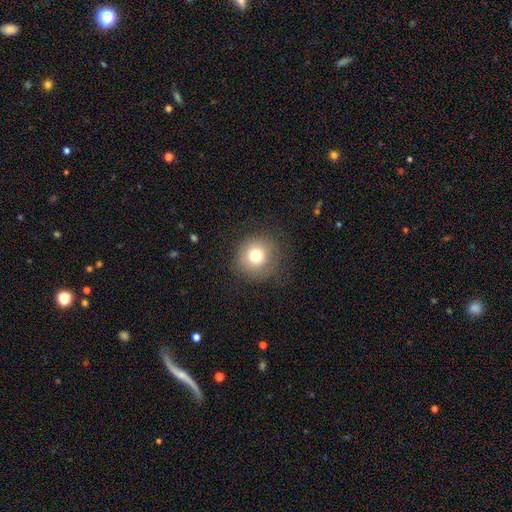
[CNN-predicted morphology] Q: Smooth or featured?
A: smooth (77%); runner-up: star or artifact (12%)
Q: How rounded?
A: round (91%); runner-up: in between (8%)
Q: Merging?
A: none (85%); runner-up: minor disturbance (10%)